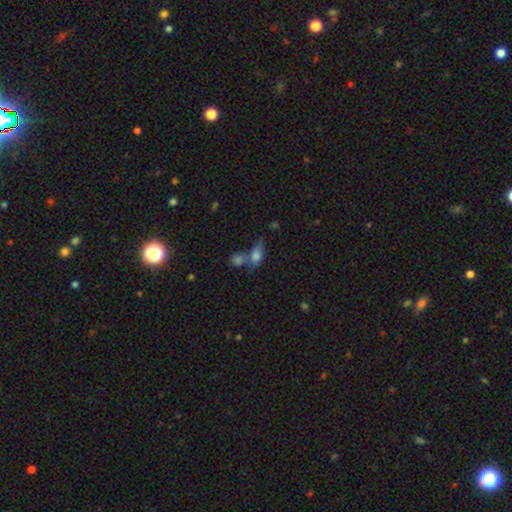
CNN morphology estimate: Smooth or featured: smooth — 70% (featured or disk — 18%)
How rounded: in between — 73% (round — 16%)
Merging: merger — 44% (none — 30%)